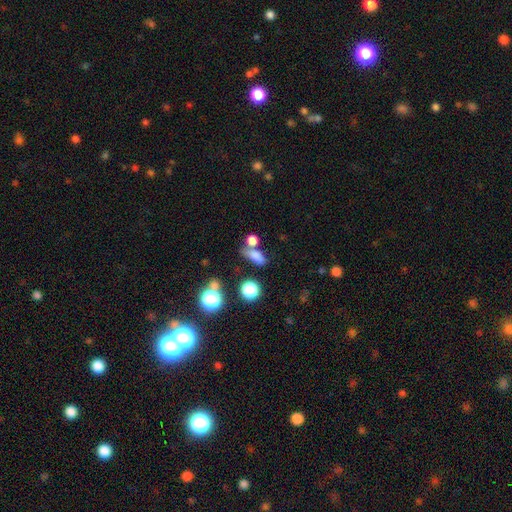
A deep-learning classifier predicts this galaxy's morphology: Smooth or featured? Predicted: smooth (p=0.74). How rounded? Predicted: in between (p=0.63). Merging? Predicted: none (p=0.50).